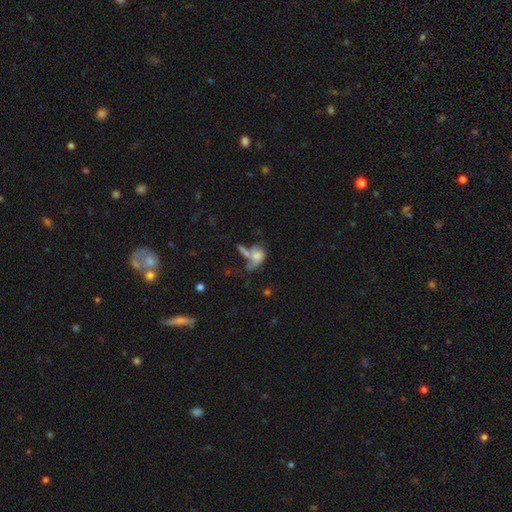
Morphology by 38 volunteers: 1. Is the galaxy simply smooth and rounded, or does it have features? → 50% featured or disk, 39% smooth, 11% star or artifact.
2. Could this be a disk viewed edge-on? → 100% no, 0% yes.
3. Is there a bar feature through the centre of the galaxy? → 79% no, 21% weak, 0% strong.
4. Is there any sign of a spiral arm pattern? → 58% yes, 42% no.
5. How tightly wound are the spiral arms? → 73% loose, 18% medium, 9% tight.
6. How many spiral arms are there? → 73% 2, 18% can't tell, 9% 3, 0% 1, 0% 4, 0% more than 4.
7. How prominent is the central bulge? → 37% moderate, 32% small, 11% dominant, 11% large, 11% none.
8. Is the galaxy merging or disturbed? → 41% merger, 26% none, 24% minor disturbance, 9% major disturbance.